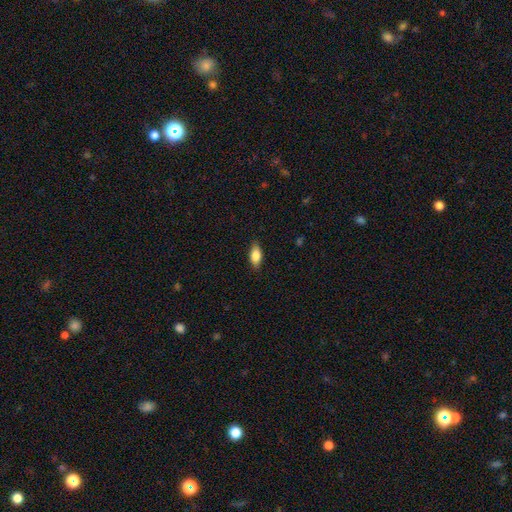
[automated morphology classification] smooth_or_featured: smooth (p=0.77) [alt: featured or disk p=0.16]
how_rounded: in between (p=0.82) [alt: cigar-shaped p=0.14]
merging: none (p=0.85) [alt: minor disturbance p=0.12]